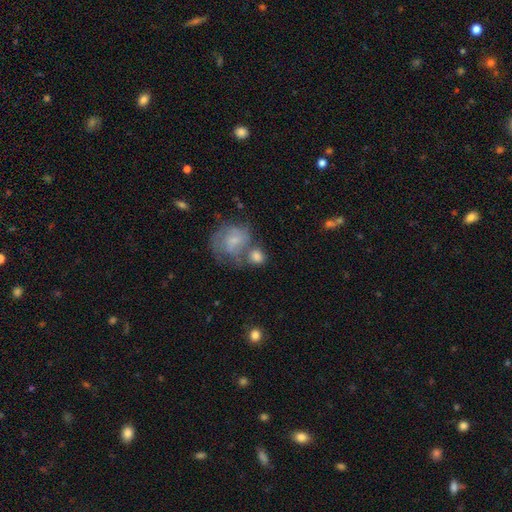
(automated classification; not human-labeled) Smooth or featured: smooth — 44% (featured or disk — 43%)
Merging: none — 46% (merger — 27%)